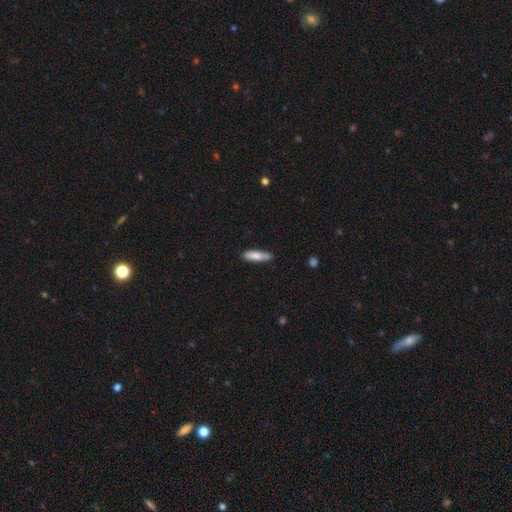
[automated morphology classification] Overall: smooth (81%). How rounded: cigar-shaped (69%; in between 29%). Merging: none (82%).